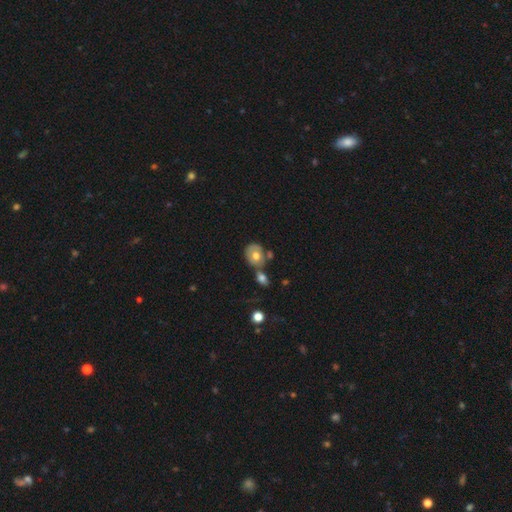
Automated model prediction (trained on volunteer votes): A smooth galaxy with no disk features (63%) that is round (60%).

Vote fractions:
- Smooth or featured? smooth: 63% / featured or disk: 29% / star or artifact: 8%
- How rounded? round: 60% / in between: 39% / cigar-shaped: 1%
- Merging? none: 47% / merger: 32% / minor disturbance: 16% / major disturbance: 6%